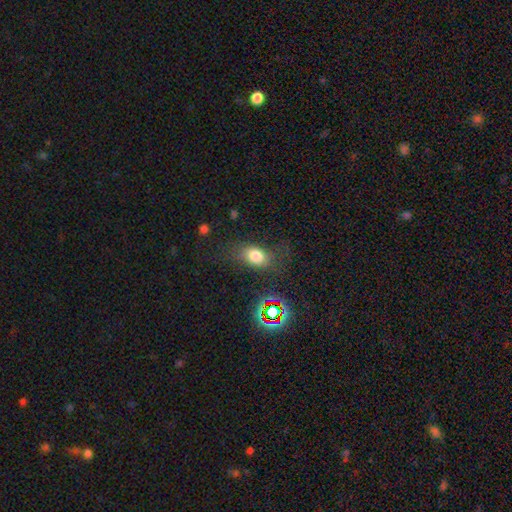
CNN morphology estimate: The model was most divided on "merging": none: 64%, minor disturbance: 20%, major disturbance: 13%, merger: 3%. More confident: smooth or featured — smooth (73%); how rounded — in between (72%).